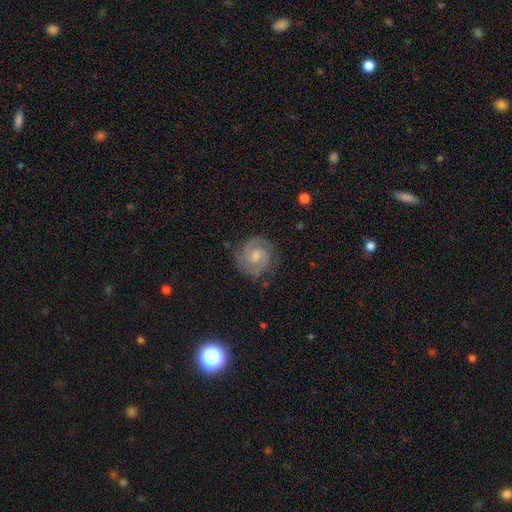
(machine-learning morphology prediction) Overall: featured or disk (89%). Edge-on disk: no (98%). Bar: weak (47%; no 42%). Spiral arms: yes (98%). Spiral arm count: 2 (88%). Spiral winding: tight (61%; medium 35%). Bulge size: small (46%; moderate 45%). Merging: none (83%).